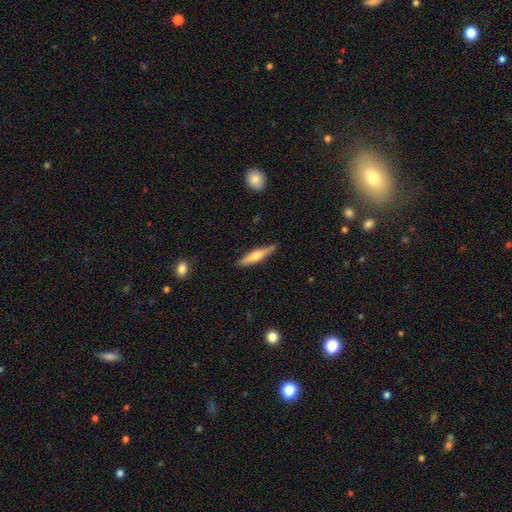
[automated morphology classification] smooth_or_featured: featured or disk (p=0.48) [alt: smooth p=0.46]
merging: none (p=0.83) [alt: minor disturbance p=0.13]